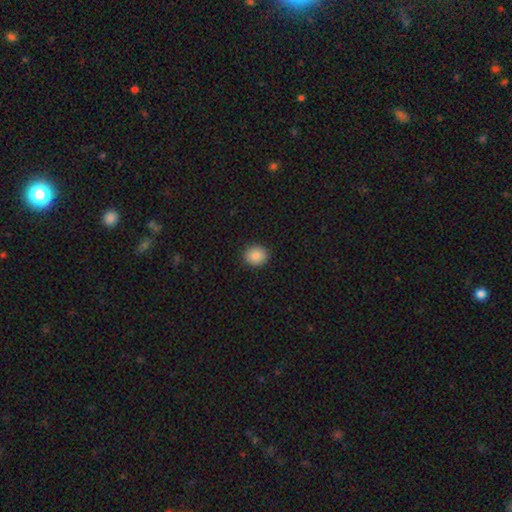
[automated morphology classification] Q: Smooth or featured?
A: smooth (85%); runner-up: star or artifact (9%)
Q: How rounded?
A: round (79%); runner-up: in between (20%)
Q: Merging?
A: none (91%); runner-up: minor disturbance (6%)